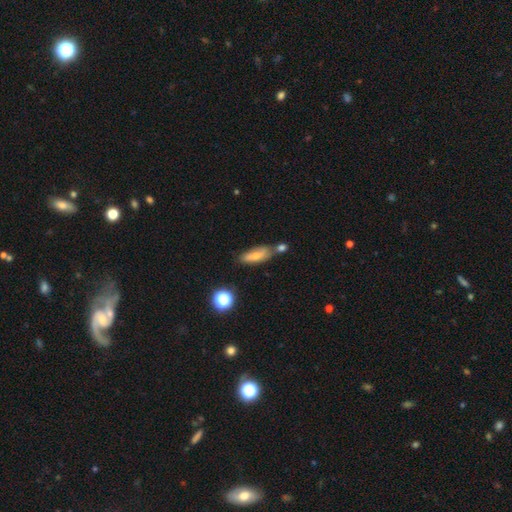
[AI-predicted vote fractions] The model was most divided on "merging": none: 50%, merger: 24%, minor disturbance: 20%, major disturbance: 6%. More confident: how rounded — in between (67%); smooth or featured — smooth (62%).